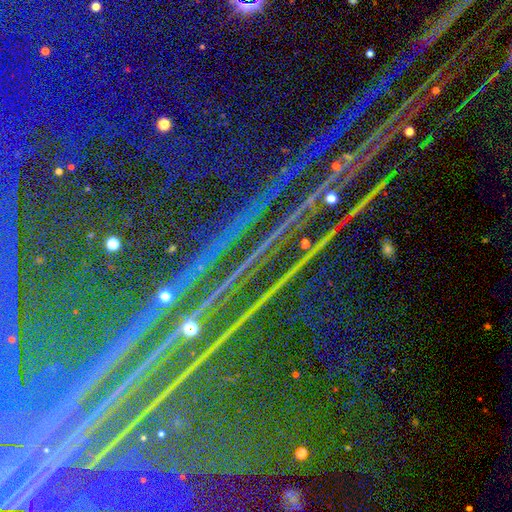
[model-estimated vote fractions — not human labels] Q: Smooth or featured?
A: star or artifact (90%); runner-up: featured or disk (6%)